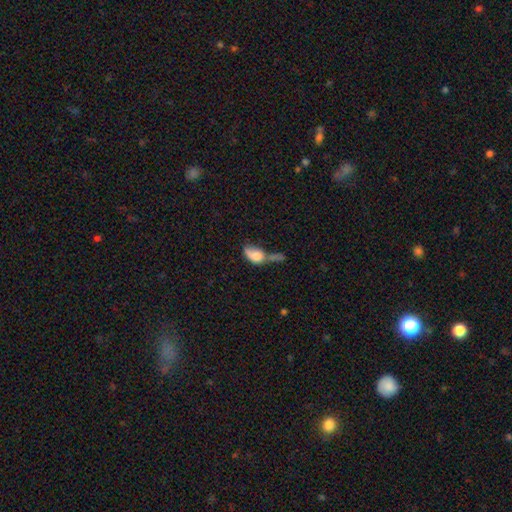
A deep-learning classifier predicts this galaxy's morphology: Smooth or featured? Predicted: smooth (p=0.68). How rounded? Predicted: in between (p=0.80). Merging? Predicted: merger (p=0.48).